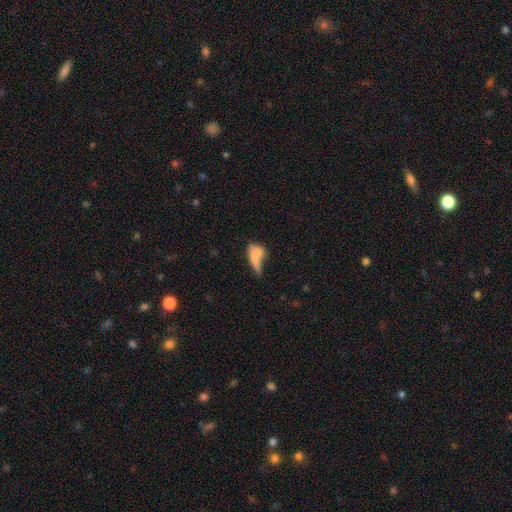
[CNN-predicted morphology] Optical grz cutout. It shows a smooth galaxy with no disk features (64%) that is in between round and cigar-shaped (65%). Merging: merger (32%).